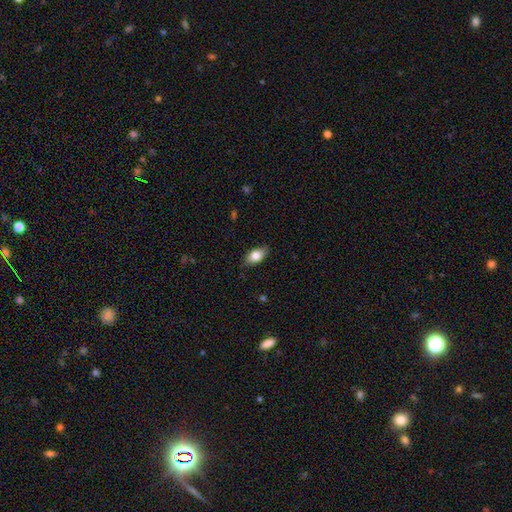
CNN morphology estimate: Smooth or featured?
  - smooth: 80% *
  - featured or disk: 13%
  - star or artifact: 7%
How rounded?
  - in between: 90% *
  - round: 6%
  - cigar-shaped: 5%
Merging?
  - none: 84% *
  - minor disturbance: 13%
  - major disturbance: 2%
  - merger: 1%